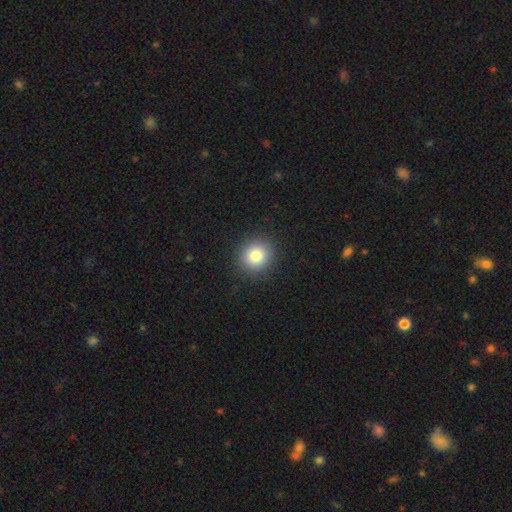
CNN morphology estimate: smooth 82%, star or artifact 11%, featured or disk 7%. Down the decision tree: how rounded — round (88%); merging — none (91%).